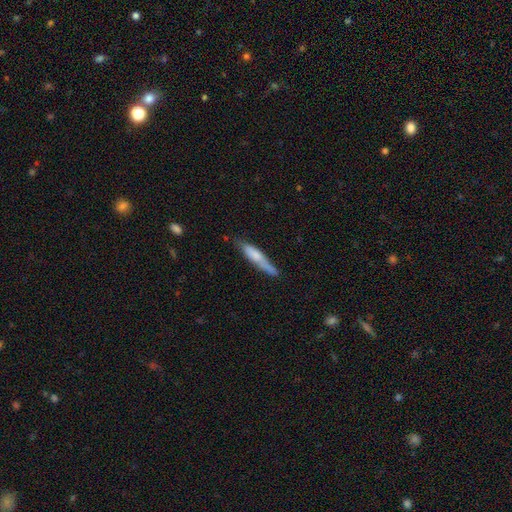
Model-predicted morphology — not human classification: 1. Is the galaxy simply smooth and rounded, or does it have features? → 65% smooth, 29% featured or disk, 6% star or artifact.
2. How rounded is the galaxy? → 86% cigar-shaped, 12% in between, 1% round.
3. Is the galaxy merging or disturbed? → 63% none, 27% minor disturbance, 6% major disturbance, 4% merger.